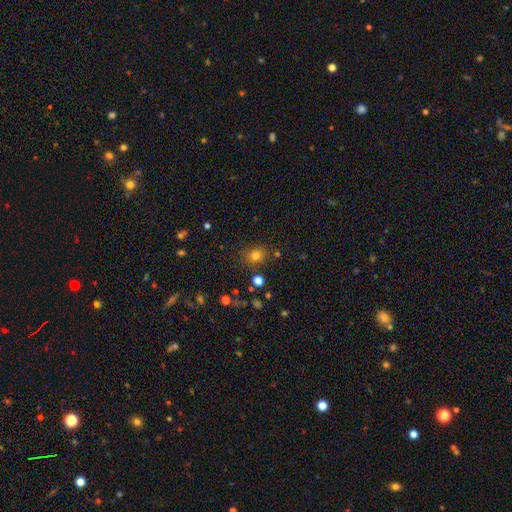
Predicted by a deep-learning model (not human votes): Smooth or featured? smooth (76%)
How rounded? round (69%)
Merging? none (83%)